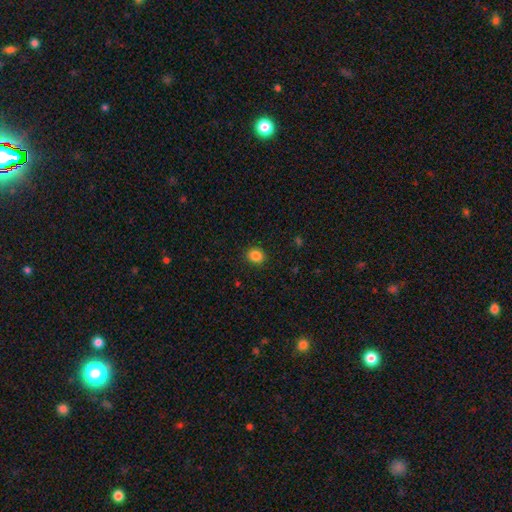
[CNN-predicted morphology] smooth-or-featured: smooth: 86% | star or artifact: 10% | featured or disk: 4%
  how-rounded: round: 66% | in between: 34% | cigar-shaped: 1%
  merging: none: 90% | minor disturbance: 7% | major disturbance: 2% | merger: 1%